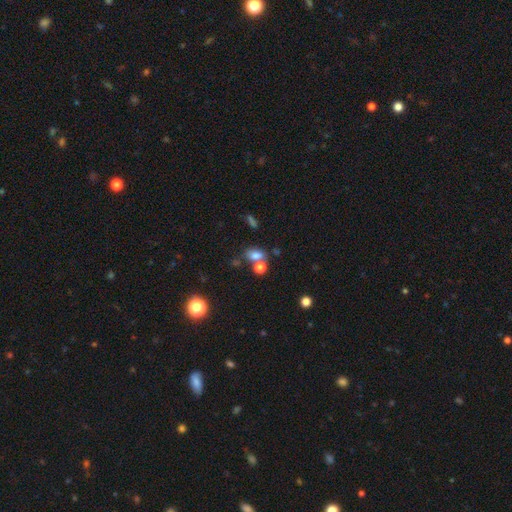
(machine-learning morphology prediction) A smooth galaxy with no disk features (74%) that is in between round and cigar-shaped (71%). Merging: none (48%).